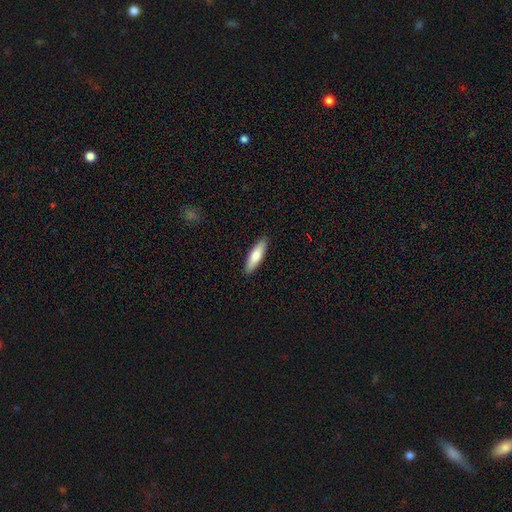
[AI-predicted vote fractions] smooth 73%, featured or disk 21%, star or artifact 5%. Down the decision tree: how rounded — cigar-shaped (59%); merging — none (90%).